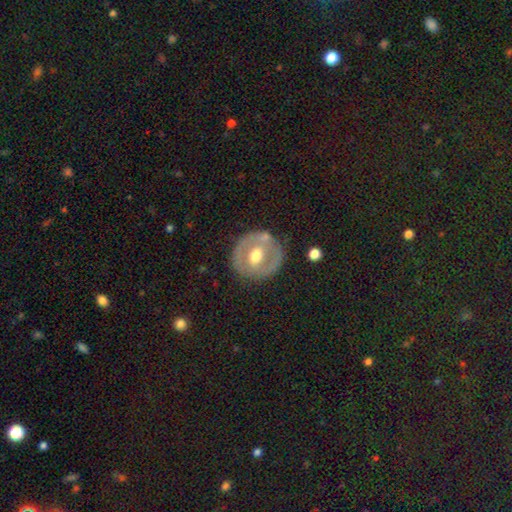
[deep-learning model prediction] This is possibly a featured or disk galaxy (55%). It is clearly not viewed edge-on (94%). Bar: possibly no (53%). Spiral arm pattern: clearly no (82%). Central bulge: likely moderate (77%). Merging: likely none (76%).